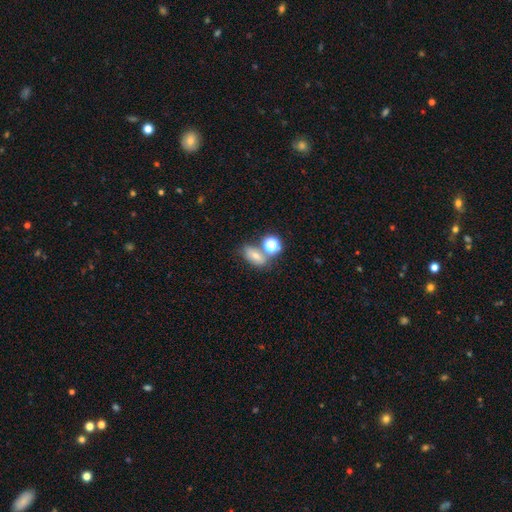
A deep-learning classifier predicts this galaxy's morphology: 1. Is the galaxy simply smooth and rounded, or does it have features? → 67% smooth, 17% star or artifact, 16% featured or disk.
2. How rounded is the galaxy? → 75% in between, 21% round, 4% cigar-shaped.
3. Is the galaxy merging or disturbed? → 53% none, 28% merger, 13% minor disturbance, 6% major disturbance.